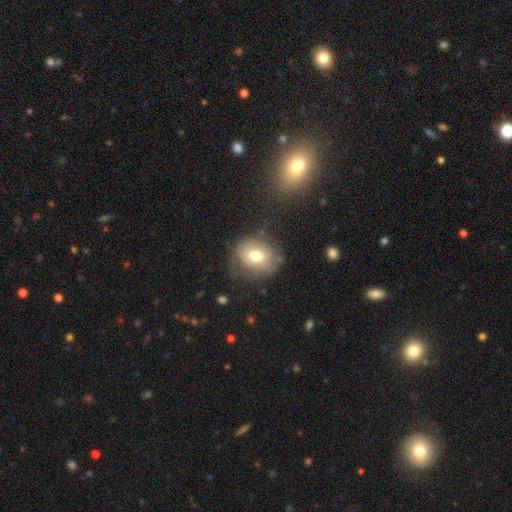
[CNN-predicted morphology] A smooth galaxy with no disk features (72%) that is round (71%).

Vote fractions:
- Smooth or featured? smooth: 72% / featured or disk: 18% / star or artifact: 10%
- How rounded? round: 71% / in between: 28% / cigar-shaped: 1%
- Merging? none: 70% / minor disturbance: 19% / major disturbance: 8% / merger: 3%